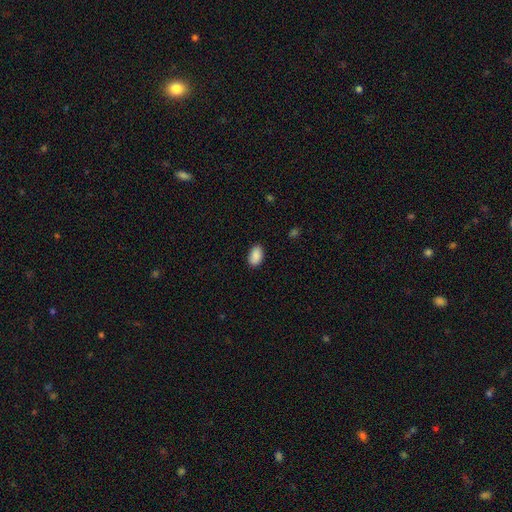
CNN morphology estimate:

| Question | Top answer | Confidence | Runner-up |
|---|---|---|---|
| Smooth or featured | smooth | 90% | star or artifact (7%) |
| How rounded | in between | 93% | round (6%) |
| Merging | none | 86% | minor disturbance (10%) |